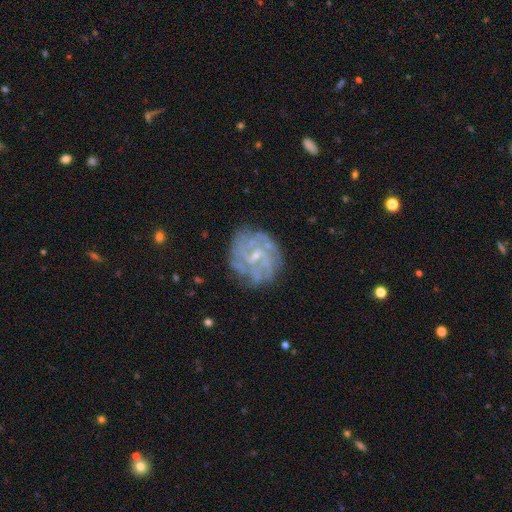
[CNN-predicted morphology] Q: Smooth or featured?
A: featured or disk (73%); runner-up: smooth (16%)
Q: Edge-on disk?
A: no (97%); runner-up: yes (3%)
Q: Bar?
A: no (50%); runner-up: weak (41%)
Q: Spiral arms?
A: yes (83%); runner-up: no (17%)
Q: Spiral winding?
A: tight (58%); runner-up: medium (30%)
Q: Spiral arm count?
A: can't tell (47%); runner-up: 4 (15%)
Q: Bulge size?
A: small (69%); runner-up: moderate (22%)
Q: Merging?
A: none (77%); runner-up: minor disturbance (14%)